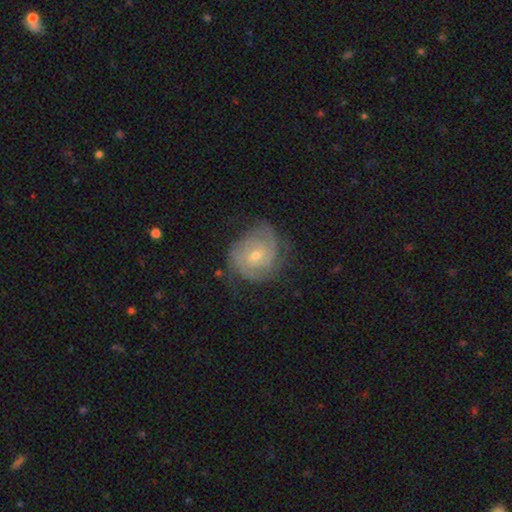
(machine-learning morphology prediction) smooth-or-featured: featured or disk: 77% | smooth: 17% | star or artifact: 6%
  disk-edge-on: no: 97% | yes: 3%
    bar: no: 67% | weak: 28% | strong: 5%
    has-spiral-arms: yes: 92% | no: 8%
      spiral-winding: tight: 63% | medium: 29% | loose: 9%
      spiral-arm-count: can't tell: 31% (tied) | 2: 31% (tied) | 3: 22% | 4: 7% | 1: 5% | more than 4: 4%
    bulge-size: small: 55% | moderate: 42% | large: 1% | none: 1% | dominant: 1%
  merging: none: 65% | minor disturbance: 23% | major disturbance: 10% | merger: 1%